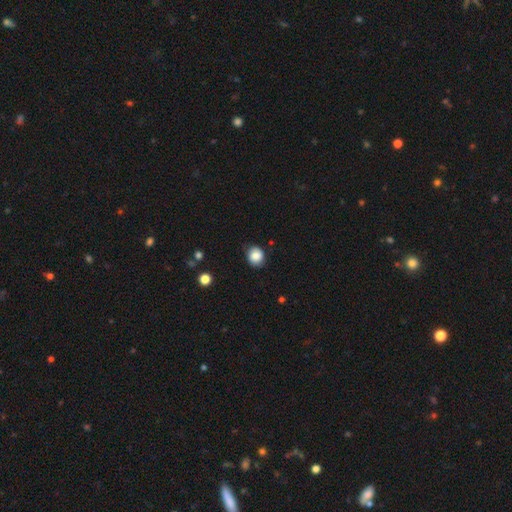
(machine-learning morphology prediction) The model was most divided on "how rounded": round: 75%, in between: 24%, cigar-shaped: 1%. More confident: smooth or featured — smooth (85%); merging — none (80%).